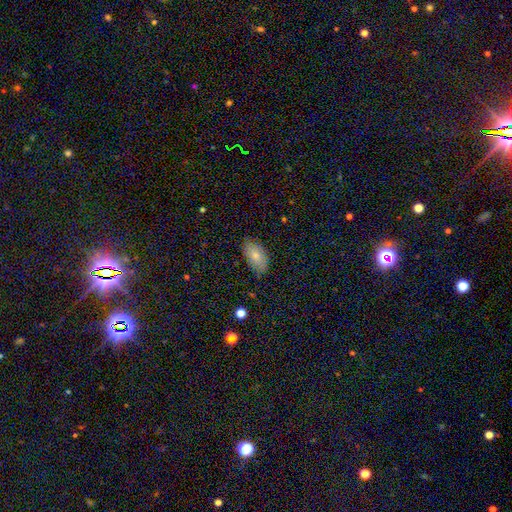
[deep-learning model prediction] A smooth galaxy with no disk features (81%) that is in between round and cigar-shaped (94%). Merging: none (81%).